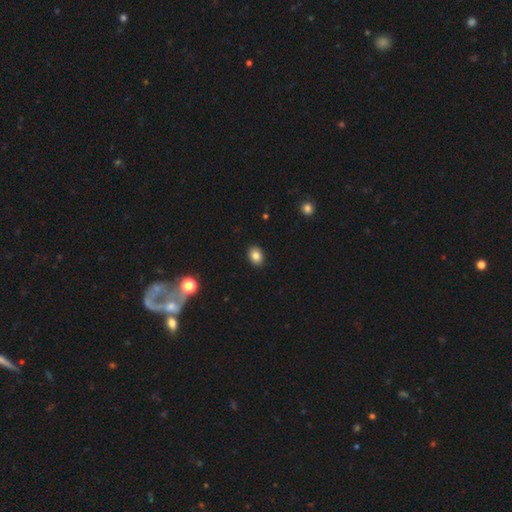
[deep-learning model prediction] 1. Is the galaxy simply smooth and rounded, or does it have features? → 84% smooth, 10% star or artifact, 6% featured or disk.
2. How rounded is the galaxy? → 71% in between, 28% round, 1% cigar-shaped.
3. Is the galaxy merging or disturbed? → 90% none, 7% minor disturbance, 2% major disturbance, 1% merger.